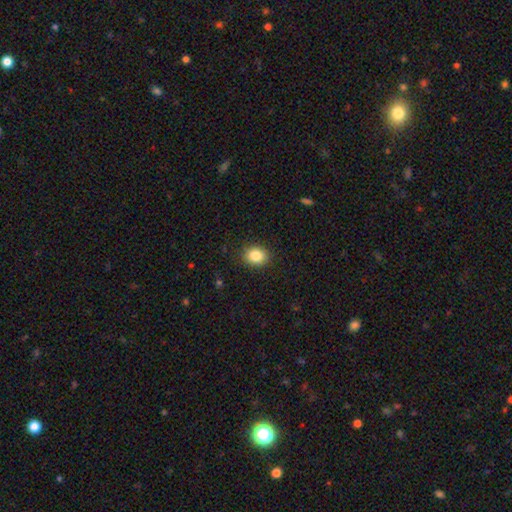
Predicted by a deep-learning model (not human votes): Smooth or featured?
  - smooth: 85% *
  - star or artifact: 10%
  - featured or disk: 6%
How rounded?
  - round: 54% *
  - in between: 45%
  - cigar-shaped: 1%
Merging?
  - none: 90% *
  - minor disturbance: 7%
  - major disturbance: 2%
  - merger: 1%